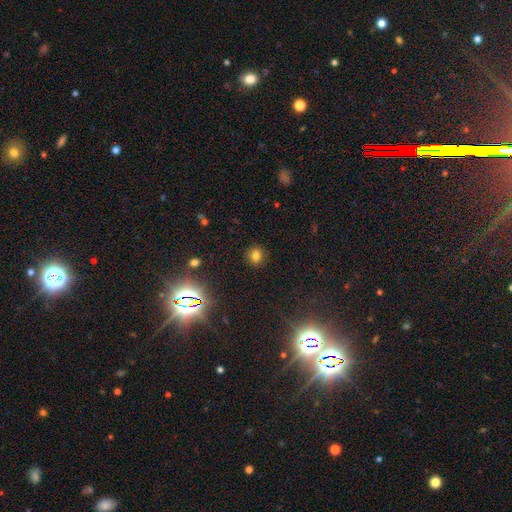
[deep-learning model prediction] A smooth galaxy with no disk features (72%) that is round (69%).

Vote fractions:
- Smooth or featured? smooth: 72% / star or artifact: 20% / featured or disk: 7%
- How rounded? round: 69% / in between: 30% / cigar-shaped: 1%
- Merging? none: 87% / minor disturbance: 8% / major disturbance: 3% / merger: 2%